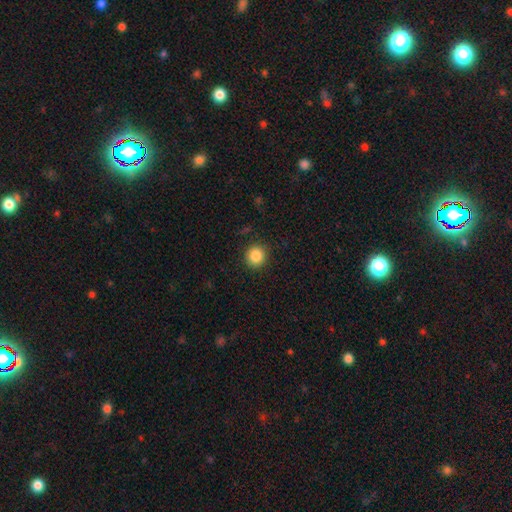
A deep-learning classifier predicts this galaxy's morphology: Smooth or featured? smooth (86%)
How rounded? round (91%)
Merging? none (90%)